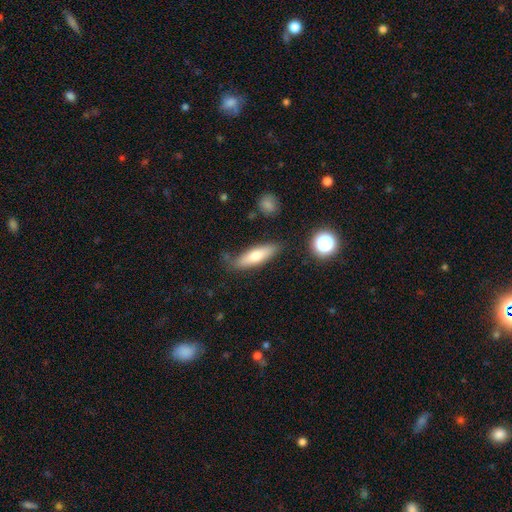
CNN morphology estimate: Smooth or featured: smooth — 67% (featured or disk — 26%)
How rounded: cigar-shaped — 59% (in between — 39%)
Merging: none — 75% (minor disturbance — 17%)